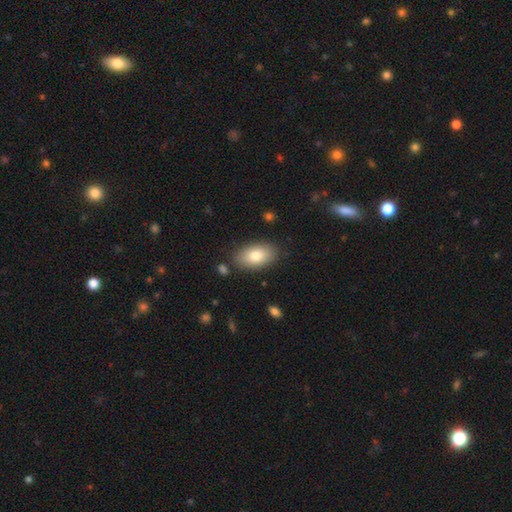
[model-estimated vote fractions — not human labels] A smooth galaxy with no disk features (79%) that is in between round and cigar-shaped (93%). Merging: none (84%).